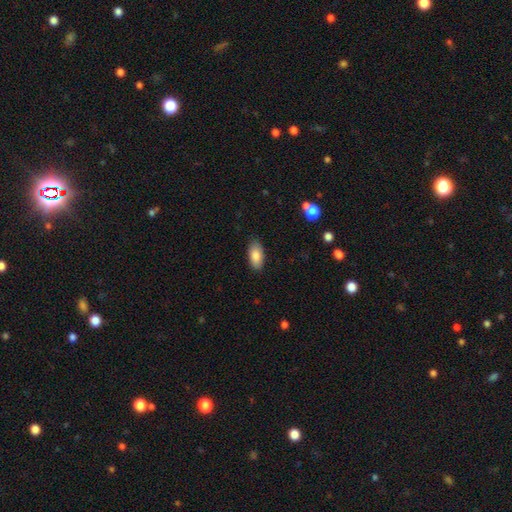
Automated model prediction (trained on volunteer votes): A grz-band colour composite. It shows a smooth galaxy with no disk features (85%) that is in between round and cigar-shaped (92%). Merging: none (87%).